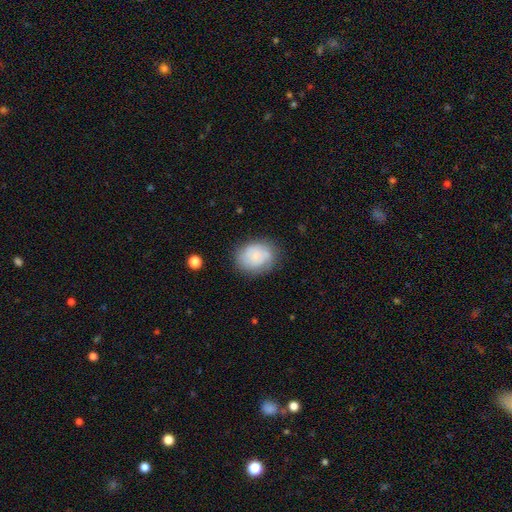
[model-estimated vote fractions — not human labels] Smooth or featured: smooth — 62% (featured or disk — 29%)
How rounded: in between — 58% (round — 41%)
Merging: none — 74% (minor disturbance — 18%)